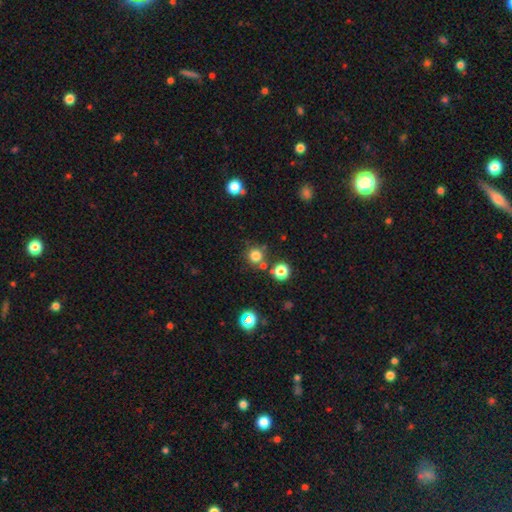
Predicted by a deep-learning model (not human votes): Smooth or featured?
  - smooth: 78% *
  - star or artifact: 16%
  - featured or disk: 6%
How rounded?
  - round: 93% *
  - in between: 6%
  - cigar-shaped: 1%
Merging?
  - none: 76% *
  - merger: 11%
  - minor disturbance: 9%
  - major disturbance: 4%